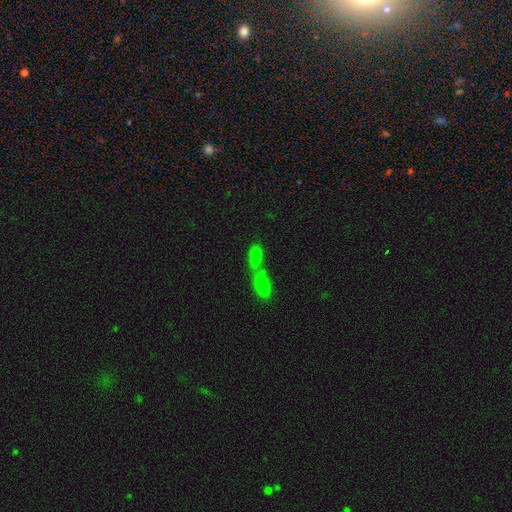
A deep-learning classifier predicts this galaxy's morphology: Smooth or featured? Predicted: smooth (p=0.77). How rounded? Predicted: in between (p=0.79). Merging? Predicted: merger (p=0.70).